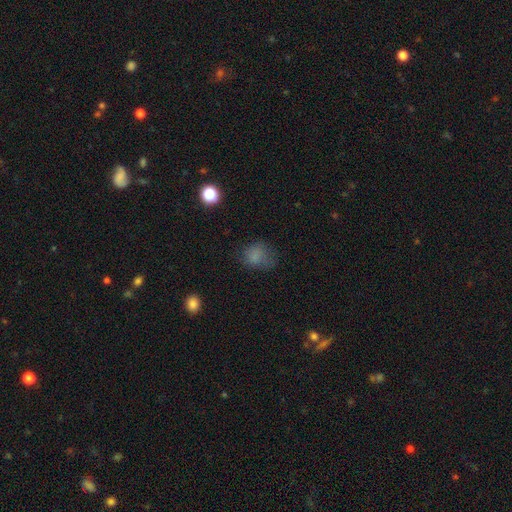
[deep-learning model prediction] This appears to be a smooth galaxy with no disk features (75%) that is round (56%). Merging: none (54%).